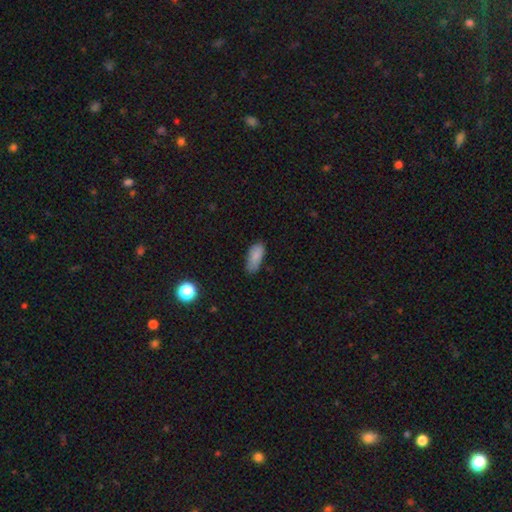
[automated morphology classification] Smooth or featured?
  - smooth: 85% *
  - star or artifact: 8%
  - featured or disk: 6%
How rounded?
  - in between: 85% *
  - cigar-shaped: 13%
  - round: 2%
Merging?
  - none: 67% *
  - minor disturbance: 26%
  - major disturbance: 5%
  - merger: 2%